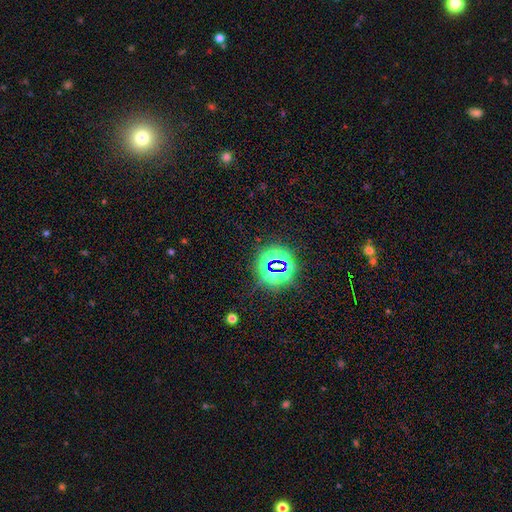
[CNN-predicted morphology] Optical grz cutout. It shows a star or artifact, not a galaxy (80%).